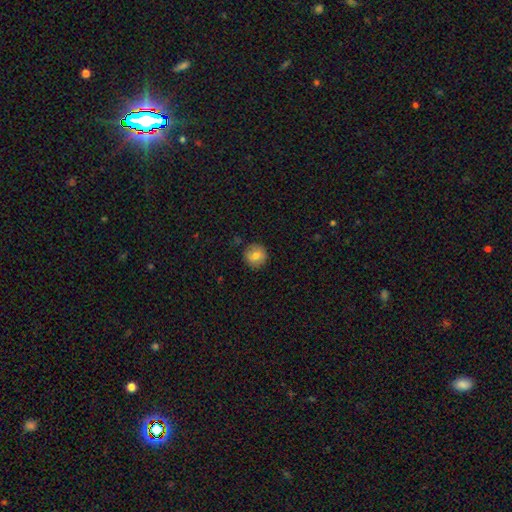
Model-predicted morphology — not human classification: Smooth or featured: smooth — 78% (featured or disk — 13%)
How rounded: round — 94% (in between — 5%)
Merging: none — 88% (minor disturbance — 9%)